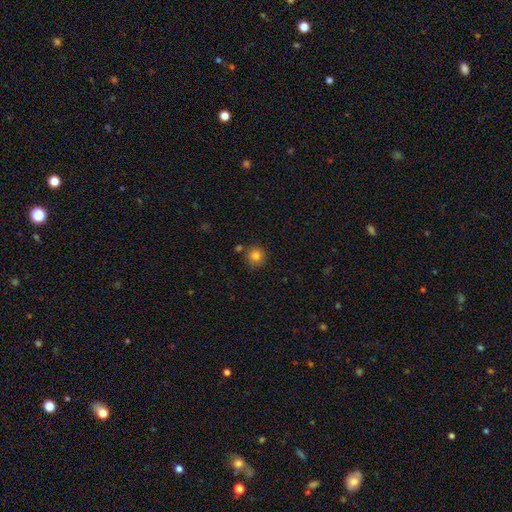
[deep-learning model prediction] Q: Smooth or featured?
A: smooth (82%); runner-up: star or artifact (12%)
Q: How rounded?
A: round (93%); runner-up: in between (6%)
Q: Merging?
A: none (79%); runner-up: minor disturbance (10%)